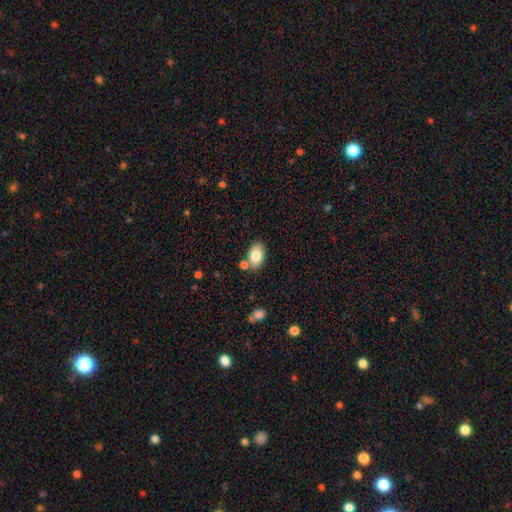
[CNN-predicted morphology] The model was most divided on "merging": none: 72%, minor disturbance: 13%, merger: 12%, major disturbance: 3%. More confident: how rounded — in between (88%); smooth or featured — smooth (82%).